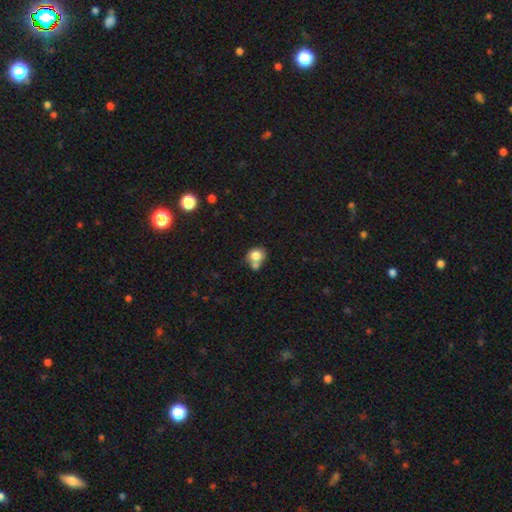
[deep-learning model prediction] smooth 79%, featured or disk 11%, star or artifact 10%. Down the decision tree: how rounded — round (72%); merging — none (42%, tied with merger).